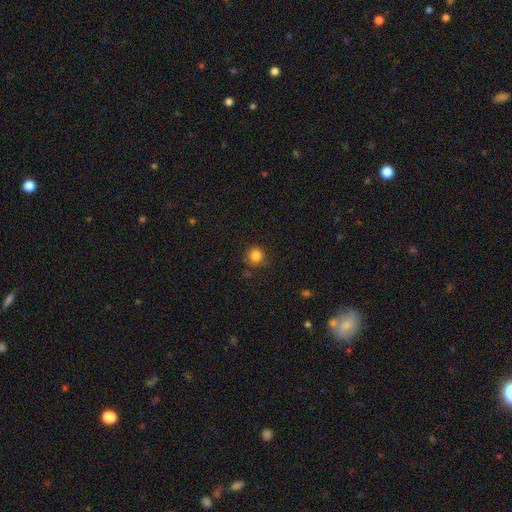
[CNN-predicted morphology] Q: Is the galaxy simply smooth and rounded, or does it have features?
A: smooth — 83%.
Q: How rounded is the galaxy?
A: round — 91%.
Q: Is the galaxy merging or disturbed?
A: none — 80%.